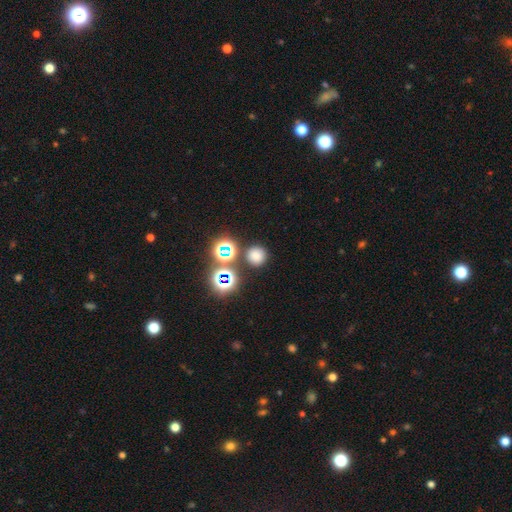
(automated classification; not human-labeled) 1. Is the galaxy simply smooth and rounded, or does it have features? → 70% smooth, 24% star or artifact, 6% featured or disk.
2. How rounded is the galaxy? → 92% round, 7% in between, 1% cigar-shaped.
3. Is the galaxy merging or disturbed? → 84% none, 7% minor disturbance, 6% merger, 3% major disturbance.